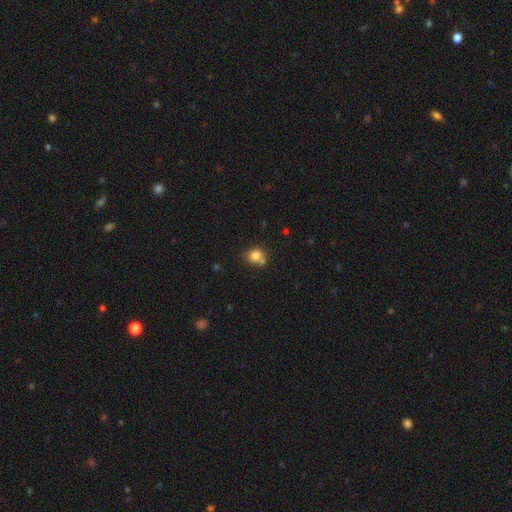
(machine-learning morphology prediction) smooth_or_featured: smooth (p=0.80) [alt: star or artifact p=0.11]
how_rounded: round (p=0.76) [alt: in between p=0.23]
merging: none (p=0.54) [alt: merger p=0.22]